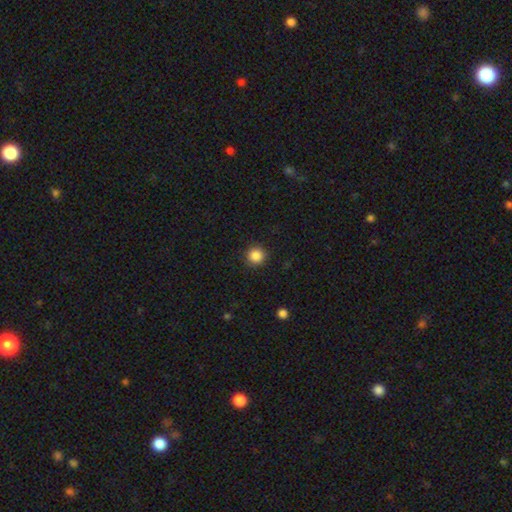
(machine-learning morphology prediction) Q: Smooth or featured?
A: smooth (86%); runner-up: star or artifact (11%)
Q: How rounded?
A: round (95%); runner-up: in between (4%)
Q: Merging?
A: none (91%); runner-up: minor disturbance (6%)